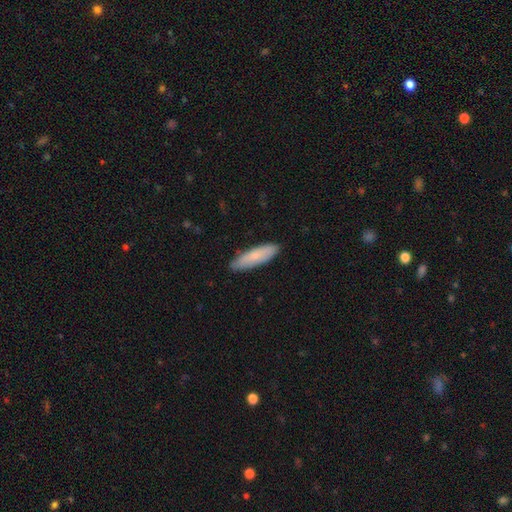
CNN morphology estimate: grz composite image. It shows a smooth galaxy with no disk features (77%) that is cigar-shaped (63%). Merging: none (88%).